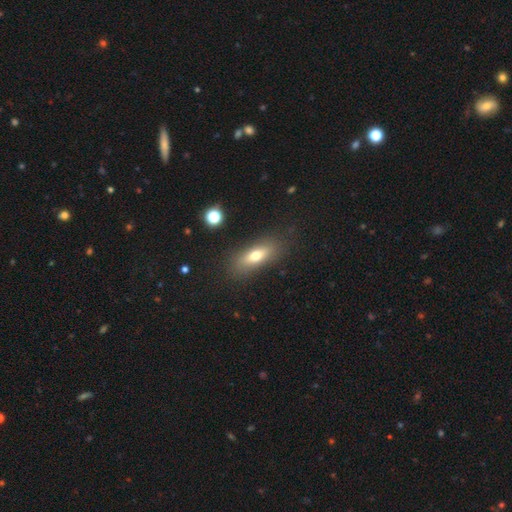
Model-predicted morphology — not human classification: smooth_or_featured: smooth (p=0.68) [alt: featured or disk p=0.22]
how_rounded: in between (p=0.63) [alt: cigar-shaped p=0.33]
merging: none (p=0.82) [alt: minor disturbance p=0.12]